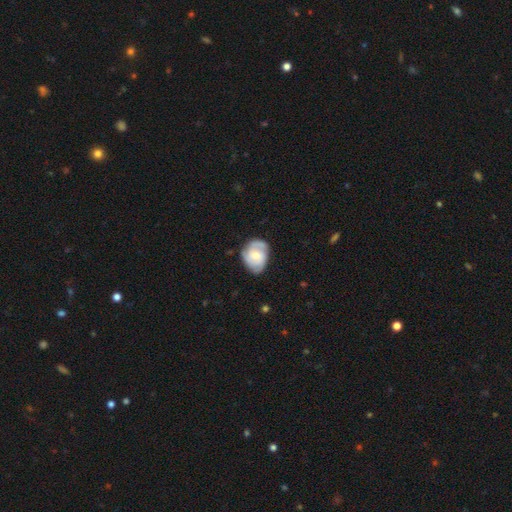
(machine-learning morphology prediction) Smooth or featured? featured or disk (53%)
Edge-on disk? no (97%)
Bar? no (59%)
Spiral arms? yes (81%)
Bulge size? moderate (49%)
Merging? none (59%)